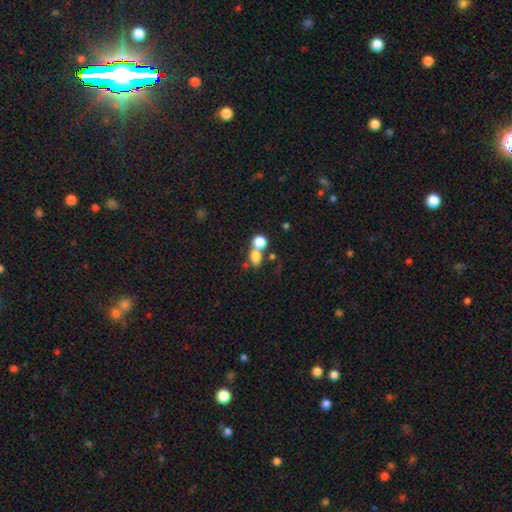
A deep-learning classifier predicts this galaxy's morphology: smooth-or-featured: smooth: 77% | star or artifact: 13% | featured or disk: 10%
  how-rounded: in between: 58% | round: 39% | cigar-shaped: 2%
  merging: merger: 48% | none: 37% | minor disturbance: 9% | major disturbance: 6%